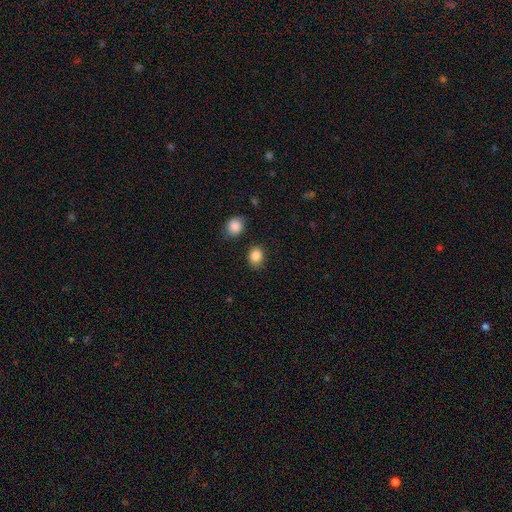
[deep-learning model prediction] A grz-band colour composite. It shows a smooth galaxy with no disk features (86%) that is round (53%). Merging: none (80%).